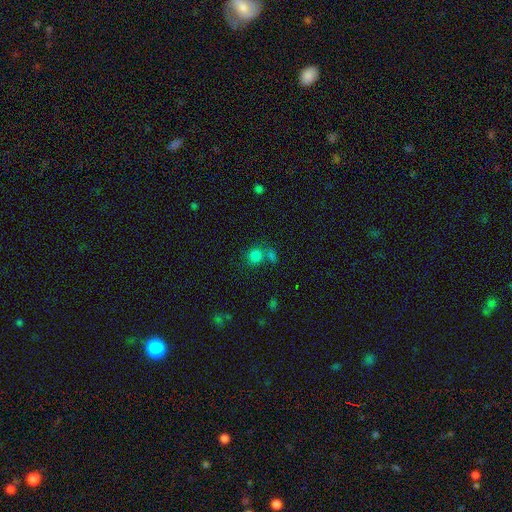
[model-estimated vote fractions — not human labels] The model was most divided on "merging": none: 53%, merger: 32%, minor disturbance: 10%, major disturbance: 5%. More confident: how rounded — round (80%); smooth or featured — smooth (79%).